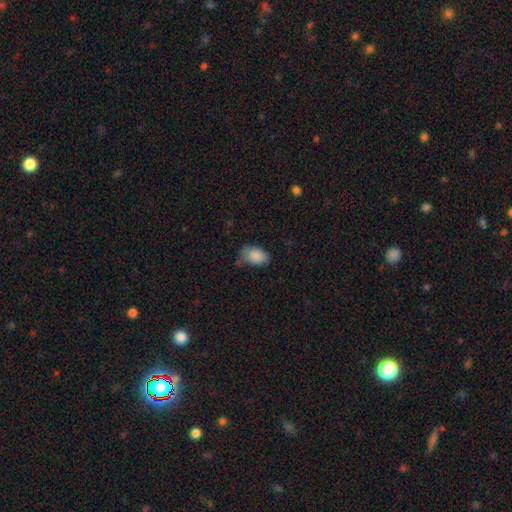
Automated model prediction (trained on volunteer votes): This is clearly a smooth galaxy (87%). How rounded: clearly in between (91%). Merging: possibly none (59%).